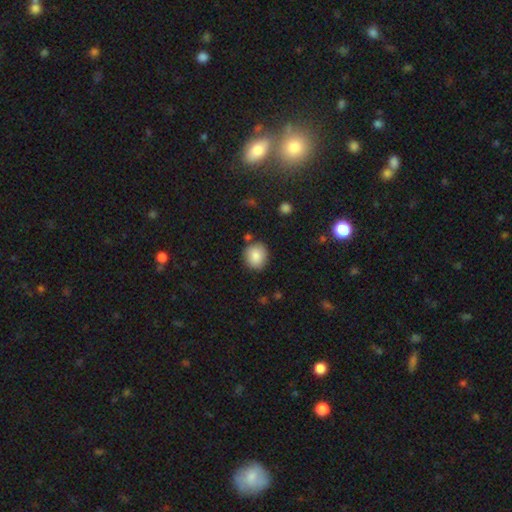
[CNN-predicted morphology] Smooth or featured? Predicted: smooth (p=0.85). How rounded? Predicted: round (p=0.82). Merging? Predicted: none (p=0.83).